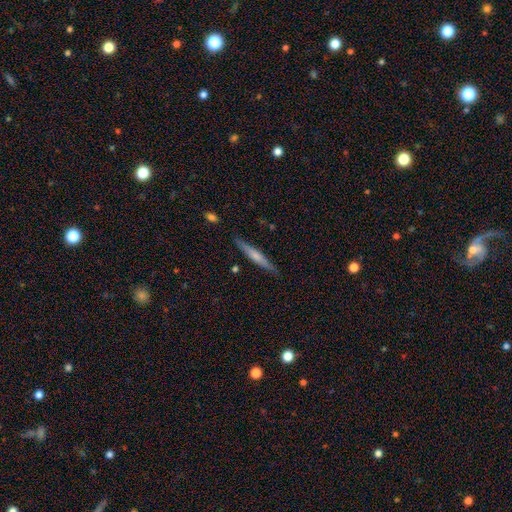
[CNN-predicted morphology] This appears to be a smooth galaxy with no disk features (53%) that is cigar-shaped (94%). Merging: none (87%).